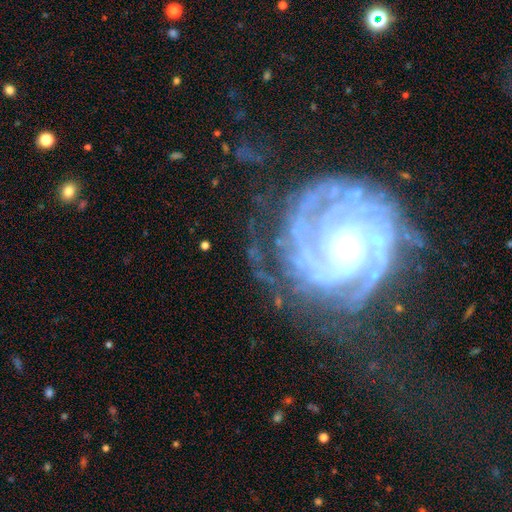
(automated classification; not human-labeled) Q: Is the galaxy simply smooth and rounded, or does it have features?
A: featured or disk — 90%.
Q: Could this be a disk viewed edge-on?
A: no — 97%.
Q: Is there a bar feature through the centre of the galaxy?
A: no — 72%.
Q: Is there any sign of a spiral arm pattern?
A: yes — 98%.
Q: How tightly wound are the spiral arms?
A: tight — 77%.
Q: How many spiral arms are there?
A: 3 — 23%.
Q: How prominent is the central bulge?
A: small — 63%.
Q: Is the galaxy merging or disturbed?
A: none — 63%.